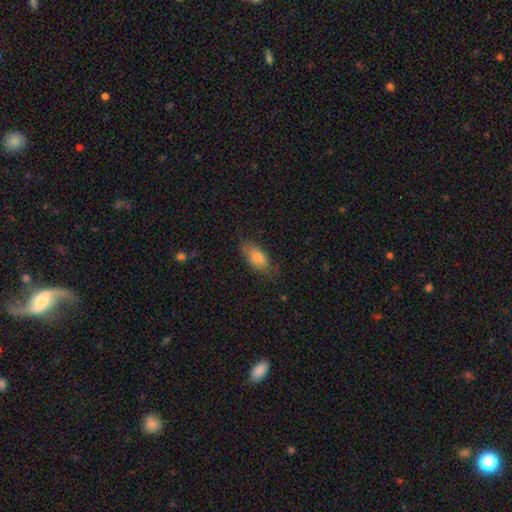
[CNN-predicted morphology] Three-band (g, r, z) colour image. It shows a smooth galaxy with no disk features (74%) that is in between round and cigar-shaped (82%). Merging: none (74%).